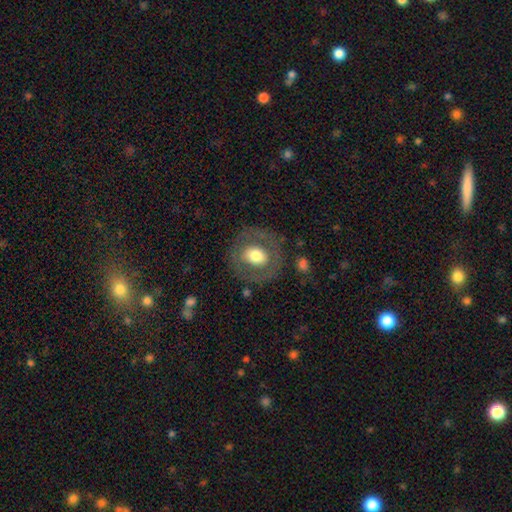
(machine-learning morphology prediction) Smooth or featured? smooth (53%)
How rounded? round (80%)
Merging? none (80%)